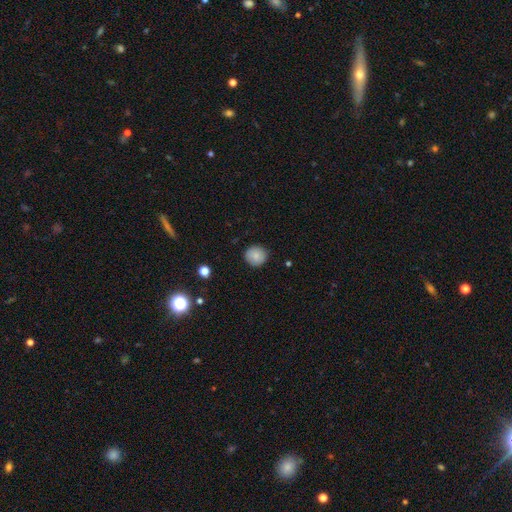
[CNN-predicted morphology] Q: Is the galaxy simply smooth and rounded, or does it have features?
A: smooth — 85%.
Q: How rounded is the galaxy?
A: round — 93%.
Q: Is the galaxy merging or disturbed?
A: none — 90%.